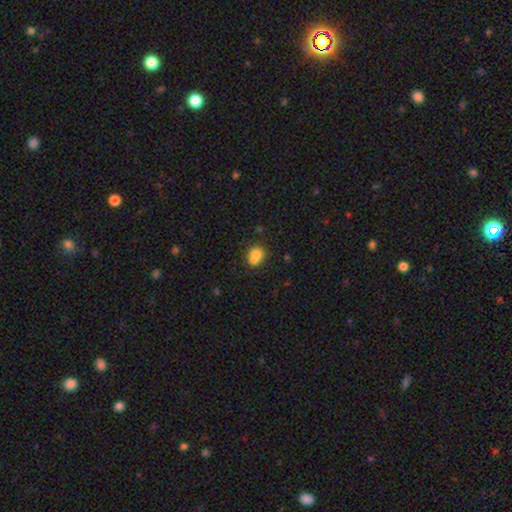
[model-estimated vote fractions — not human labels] Smooth or featured? Predicted: smooth (p=0.74). How rounded? Predicted: round (p=0.65). Merging? Predicted: merger (p=0.43).